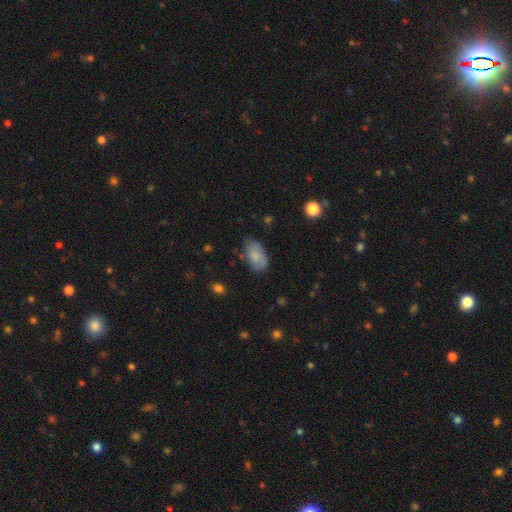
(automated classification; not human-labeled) Smooth or featured? smooth (75%)
How rounded? in between (93%)
Merging? none (67%)